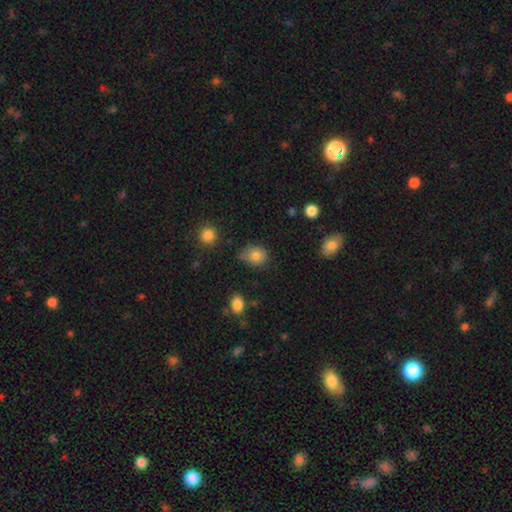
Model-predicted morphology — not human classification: type=smooth (80%); roundness=round (56%); merging=none (53%).